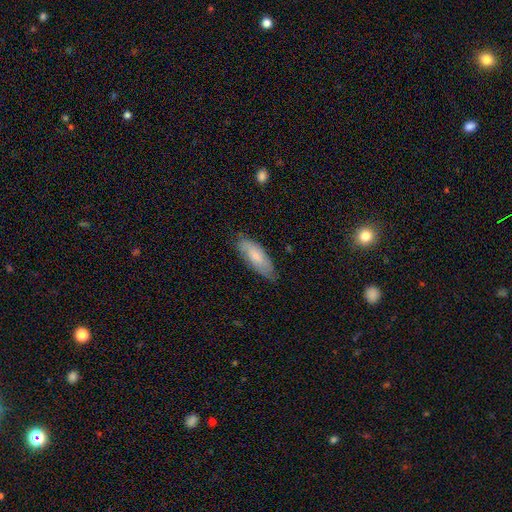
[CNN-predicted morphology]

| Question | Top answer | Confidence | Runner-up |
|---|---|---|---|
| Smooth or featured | smooth | 68% | featured or disk (26%) |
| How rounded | in between | 69% | cigar-shaped (30%) |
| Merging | none | 72% | minor disturbance (22%) |